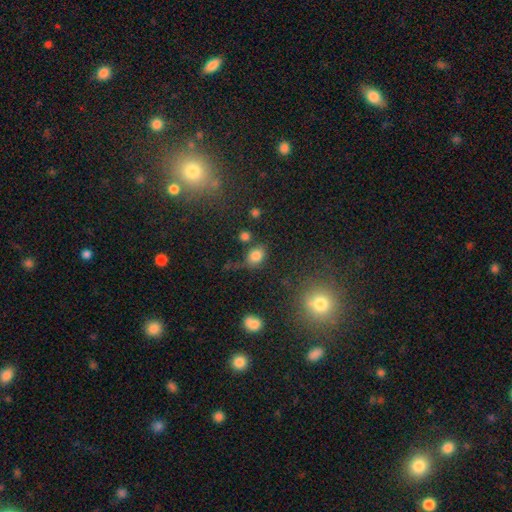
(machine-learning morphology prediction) Q: Smooth or featured?
A: smooth (79%); runner-up: star or artifact (13%)
Q: How rounded?
A: in between (63%); runner-up: round (36%)
Q: Merging?
A: none (58%); runner-up: minor disturbance (23%)